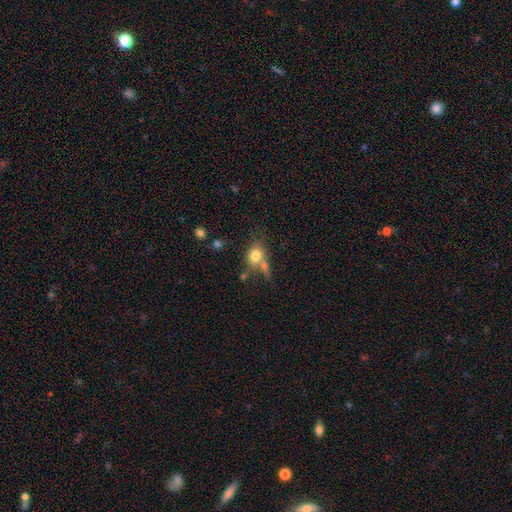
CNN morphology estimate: Q: Smooth or featured?
A: smooth (76%); runner-up: featured or disk (14%)
Q: How rounded?
A: in between (50%); runner-up: round (47%)
Q: Merging?
A: none (43%); runner-up: merger (33%)